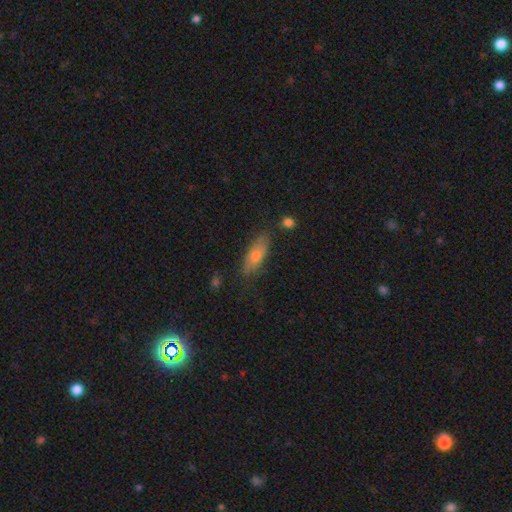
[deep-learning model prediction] smooth_or_featured: smooth (p=0.66) [alt: featured or disk p=0.26]
how_rounded: in between (p=0.62) [alt: cigar-shaped p=0.35]
merging: none (p=0.76) [alt: minor disturbance p=0.17]